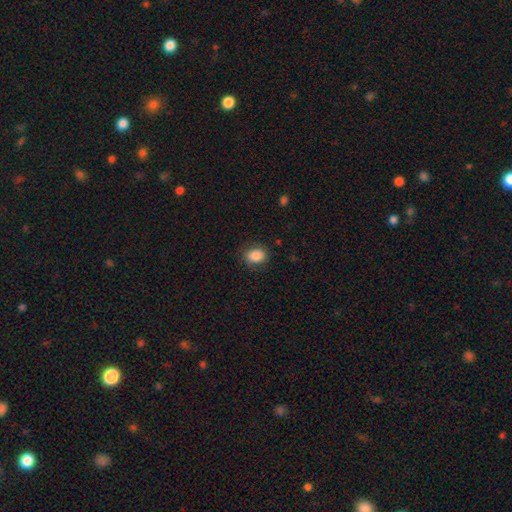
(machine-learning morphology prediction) Smooth or featured? smooth (87%)
How rounded? in between (68%)
Merging? none (81%)